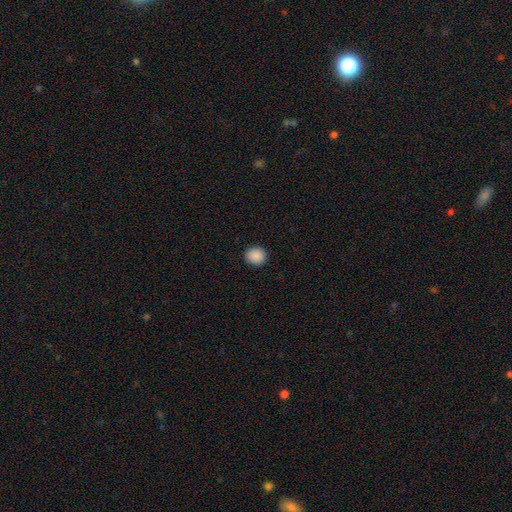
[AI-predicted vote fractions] Morphology: type=smooth (89%); roundness=round (88%); merging=none (92%).